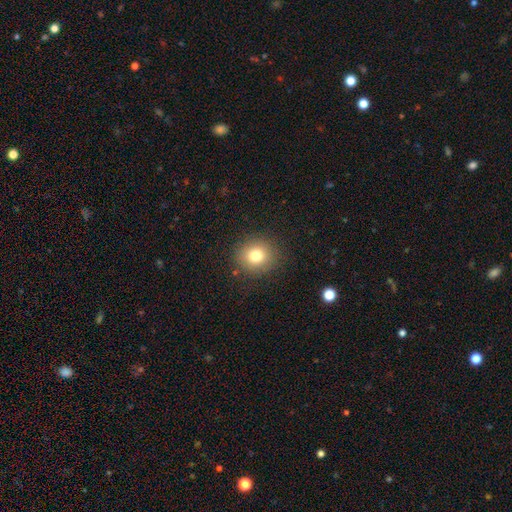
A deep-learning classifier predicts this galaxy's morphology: Smooth or featured? Predicted: smooth (p=0.78). How rounded? Predicted: round (p=0.85). Merging? Predicted: none (p=0.88).